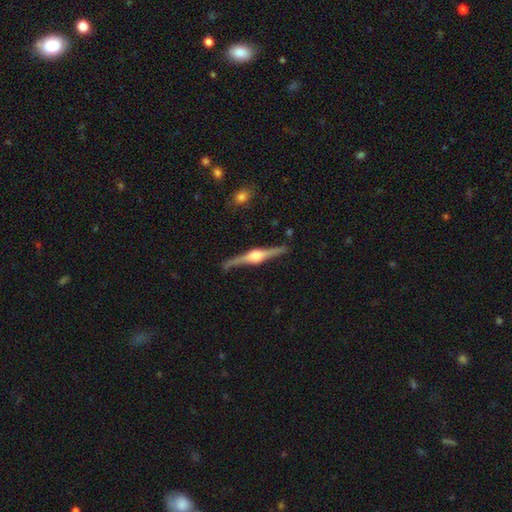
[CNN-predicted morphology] This appears to be a featured or disk galaxy (86%) viewed edge-on (98%) with a rounded central bulge (93%). Merging: none (87%).